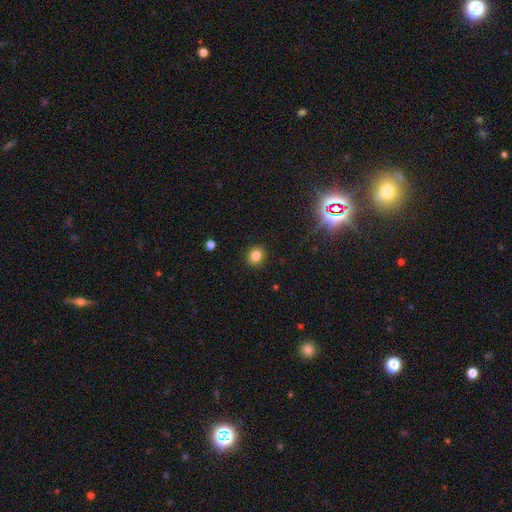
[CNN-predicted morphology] This is clearly a smooth galaxy (82%). How rounded: likely round (71%). Merging: clearly none (90%).